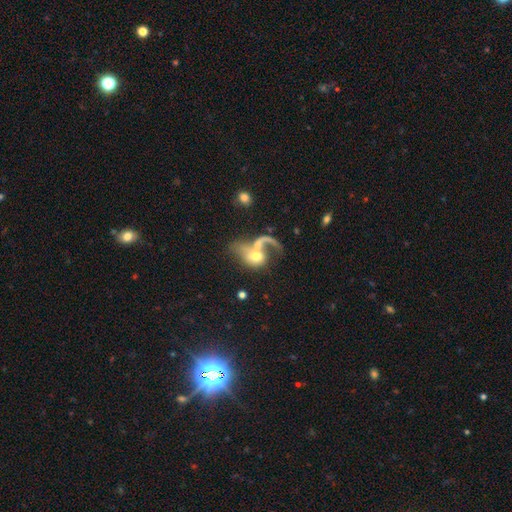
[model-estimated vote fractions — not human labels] Overall: featured or disk (54%; smooth 37%). Edge-on disk: no (96%). Bar: no (74%). Spiral arms: yes (63%; no 37%). Bulge size: moderate (57%; small 21%). Merging: merger (49%; major disturbance 29%).